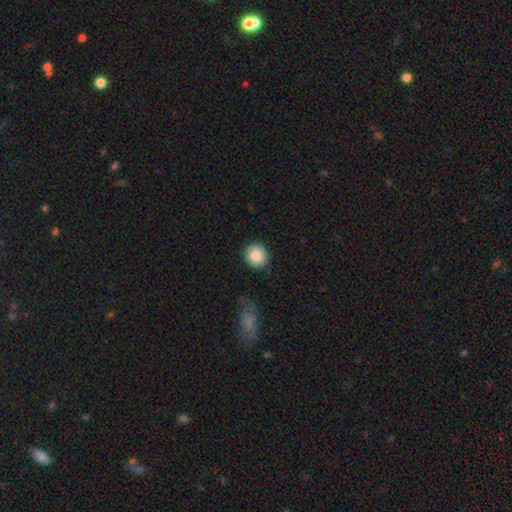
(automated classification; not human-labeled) The model was most divided on "smooth or featured": smooth: 83%, featured or disk: 8%, star or artifact: 8%. More confident: how rounded — round (92%); merging — none (89%).